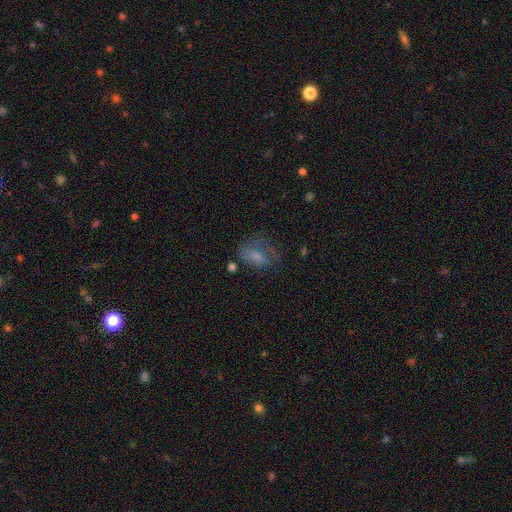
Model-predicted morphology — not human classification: Smooth or featured? Predicted: smooth (p=0.57). How rounded? Predicted: in between (p=0.81). Merging? Predicted: none (p=0.39).